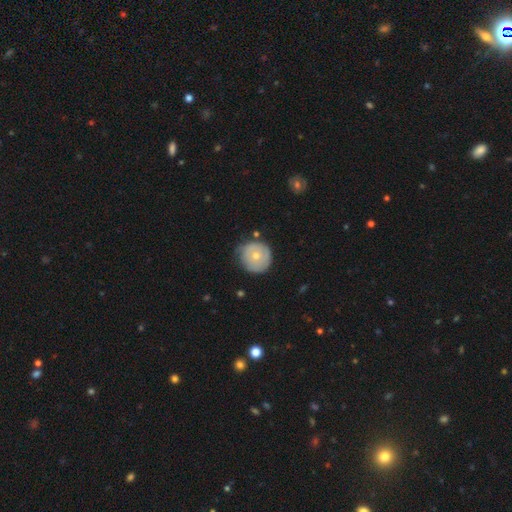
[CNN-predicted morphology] type=smooth (58%); roundness=round (93%); merging=none (68%).